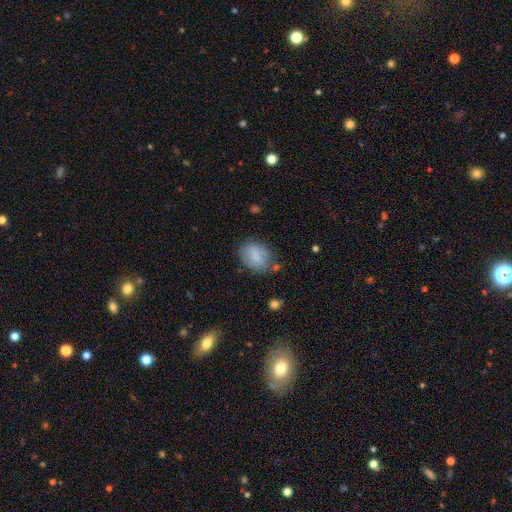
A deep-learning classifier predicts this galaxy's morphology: Smooth or featured: smooth — 80% (featured or disk — 13%)
How rounded: in between — 66% (round — 32%)
Merging: none — 71% (minor disturbance — 19%)